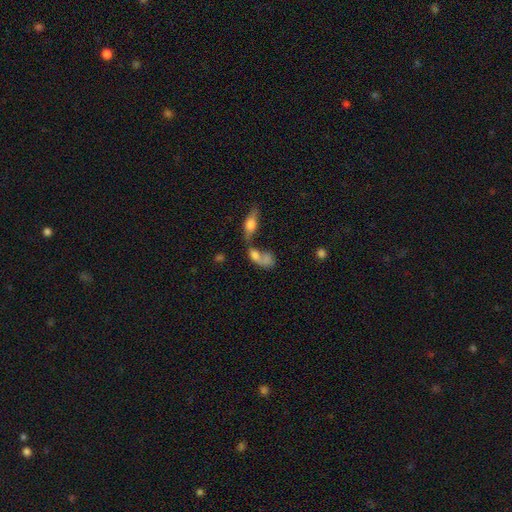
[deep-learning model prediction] A smooth galaxy with no disk features (49%). Merging: merger (52%).